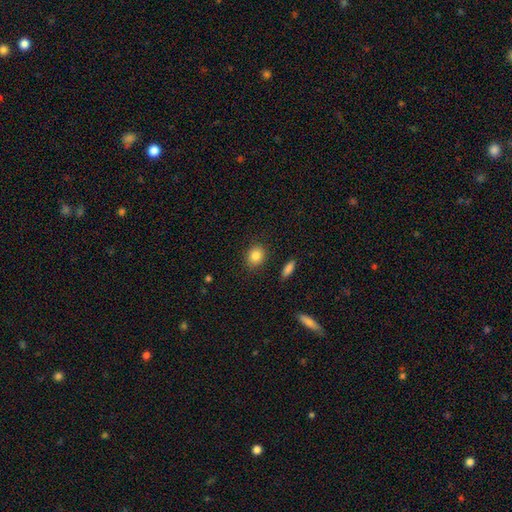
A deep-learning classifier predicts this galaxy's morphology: smooth_or_featured: smooth (p=0.85) [alt: star or artifact p=0.09]
how_rounded: round (p=0.63) [alt: in between p=0.36]
merging: none (p=0.87) [alt: minor disturbance p=0.09]